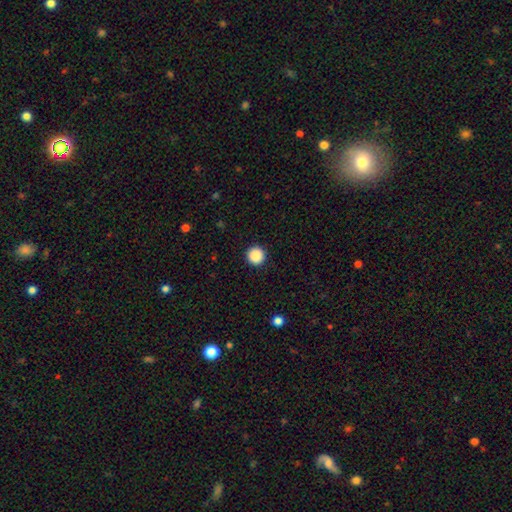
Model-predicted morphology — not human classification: Smooth or featured: smooth — 89% (star or artifact — 9%)
How rounded: round — 96% (in between — 3%)
Merging: none — 93% (minor disturbance — 4%)